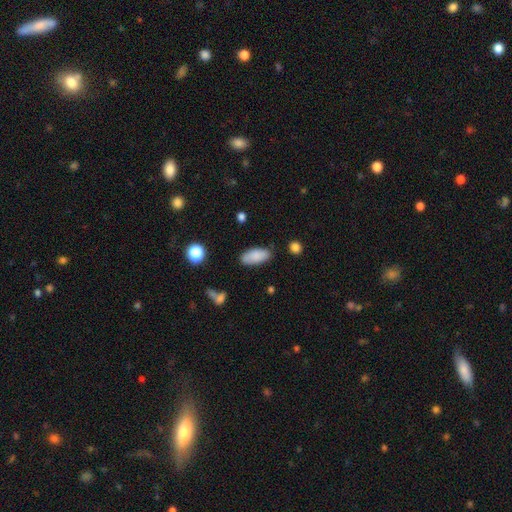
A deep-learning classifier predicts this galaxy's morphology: Smooth or featured? smooth (86%)
How rounded? in between (88%)
Merging? none (81%)